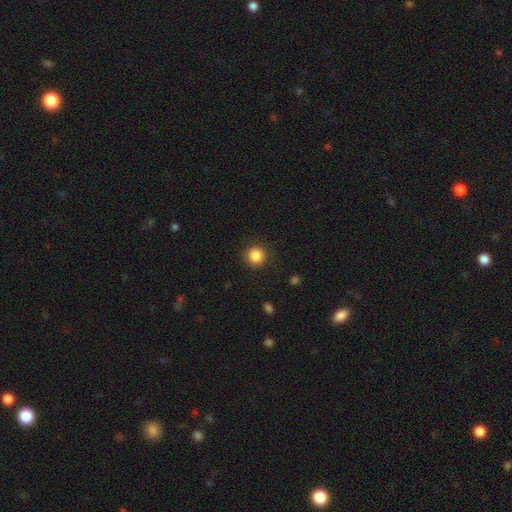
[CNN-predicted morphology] Smooth or featured? smooth (86%)
How rounded? round (93%)
Merging? none (90%)